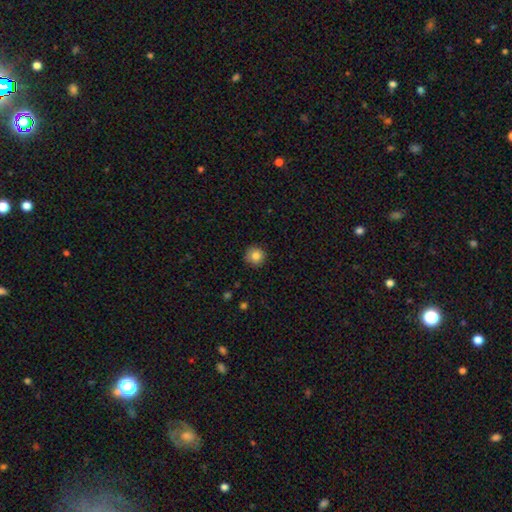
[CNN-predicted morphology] Smooth or featured?
  - smooth: 83% *
  - star or artifact: 10%
  - featured or disk: 7%
How rounded?
  - round: 95% *
  - in between: 4%
  - cigar-shaped: 1%
Merging?
  - none: 89% *
  - minor disturbance: 8%
  - major disturbance: 2%
  - merger: 1%